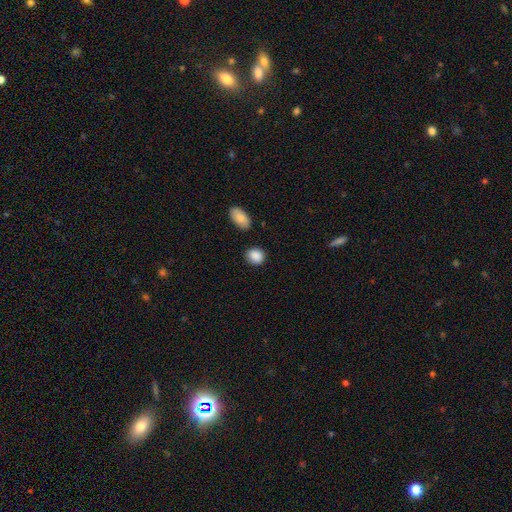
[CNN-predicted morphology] This appears to be a smooth galaxy with no disk features (89%) that is round (60%). Merging: none (84%).